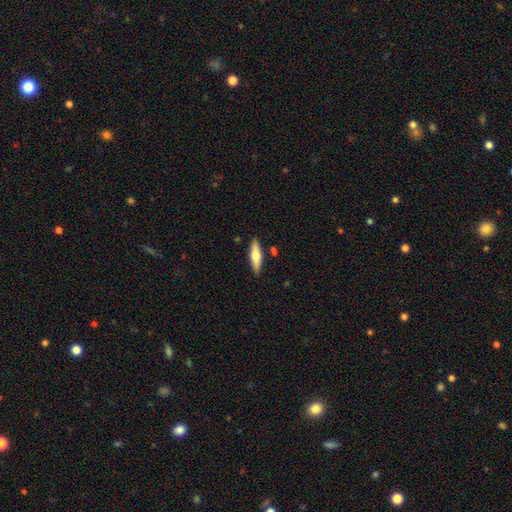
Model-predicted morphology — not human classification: smooth-or-featured: smooth: 59% | featured or disk: 36% | star or artifact: 6%
  how-rounded: cigar-shaped: 62% | in between: 36% | round: 2%
  merging: none: 85% | minor disturbance: 9% | merger: 3% | major disturbance: 2%